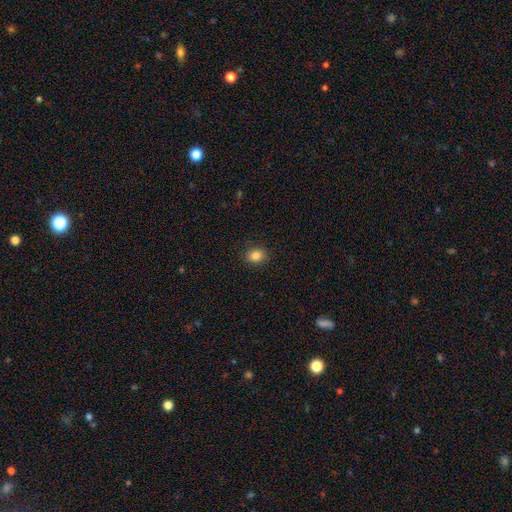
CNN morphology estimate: smooth 84%, star or artifact 11%, featured or disk 5%. Down the decision tree: how rounded — round (57%); merging — none (88%).